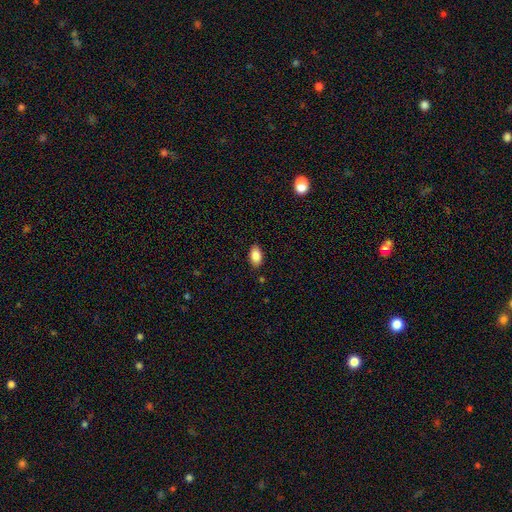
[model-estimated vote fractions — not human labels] Smooth or featured?
  - smooth: 87% *
  - star or artifact: 7%
  - featured or disk: 5%
How rounded?
  - in between: 93% *
  - round: 5%
  - cigar-shaped: 2%
Merging?
  - none: 86% *
  - minor disturbance: 11%
  - major disturbance: 2%
  - merger: 1%